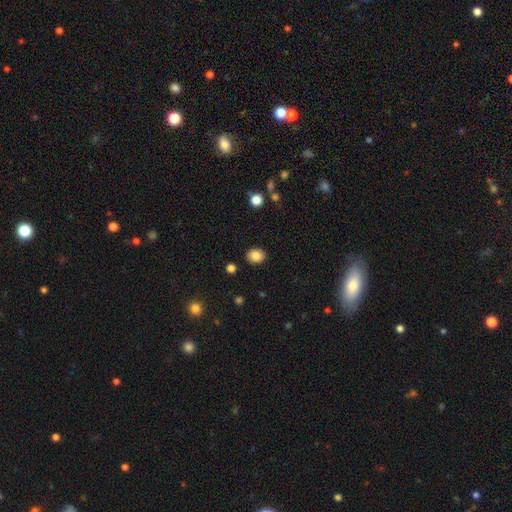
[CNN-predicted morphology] Smooth or featured? Predicted: smooth (p=0.84). How rounded? Predicted: round (p=0.60). Merging? Predicted: none (p=0.90).